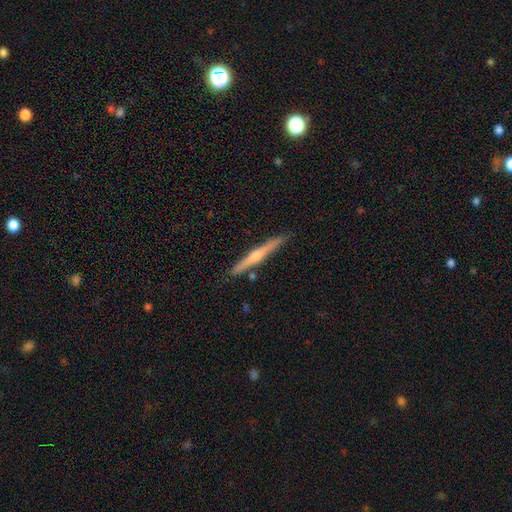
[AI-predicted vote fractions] This appears to be a featured or disk galaxy (71%) viewed edge-on (97%) with a rounded central bulge (78%). Merging: none (89%).